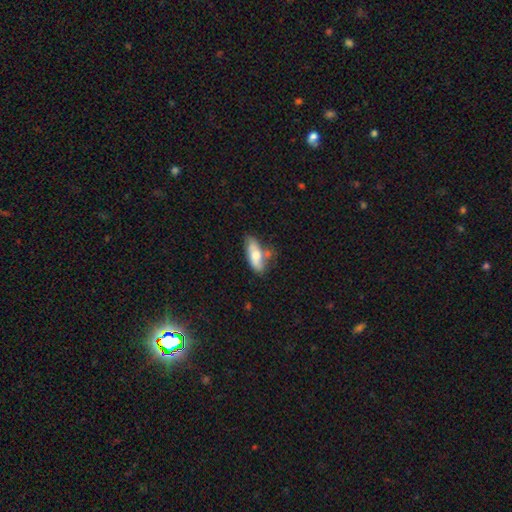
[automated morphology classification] A smooth galaxy with no disk features (62%) that is in between round and cigar-shaped (72%).

Vote fractions:
- Smooth or featured? smooth: 62% / featured or disk: 32% / star or artifact: 6%
- How rounded? in between: 72% / cigar-shaped: 25% / round: 3%
- Merging? none: 51% / minor disturbance: 25% / merger: 16% / major disturbance: 8%